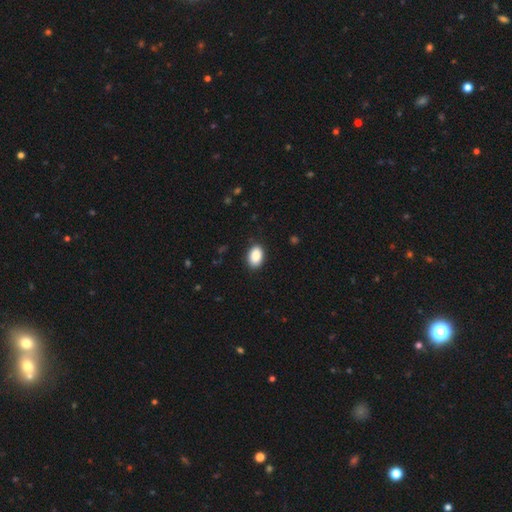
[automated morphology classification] smooth-or-featured: smooth: 89% | star or artifact: 7% | featured or disk: 3%
  how-rounded: in between: 89% | round: 10% | cigar-shaped: 1%
  merging: none: 88% | minor disturbance: 9% | major disturbance: 2% | merger: 1%